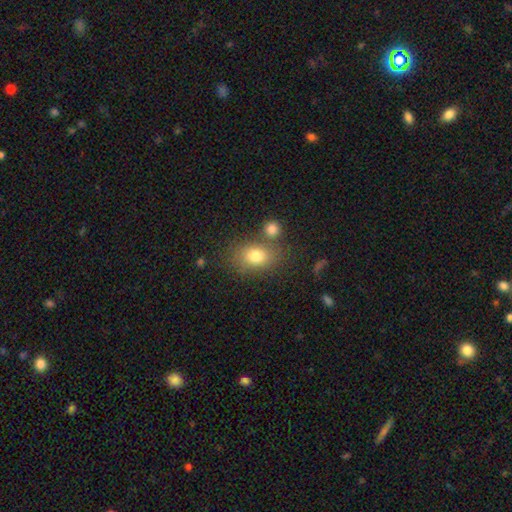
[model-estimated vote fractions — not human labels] A smooth galaxy with no disk features (78%) that is in between round and cigar-shaped (69%).

Vote fractions:
- Smooth or featured? smooth: 78% / featured or disk: 11% / star or artifact: 11%
- How rounded? in between: 69% / round: 30% / cigar-shaped: 1%
- Merging? none: 63% / merger: 17% / minor disturbance: 14% / major disturbance: 6%